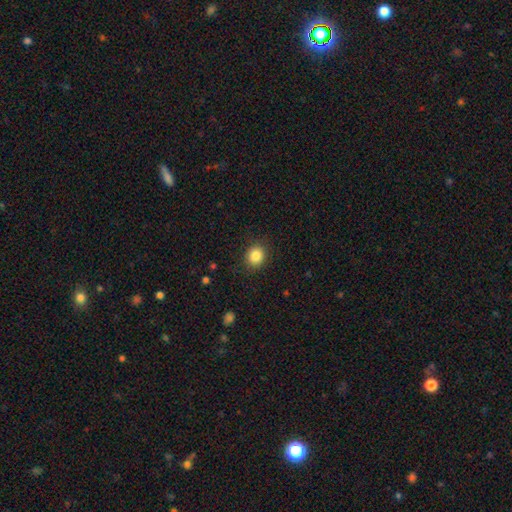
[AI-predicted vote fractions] The model was most divided on "how rounded": round: 74%, in between: 25%, cigar-shaped: 1%. More confident: merging — none (87%); smooth or featured — smooth (85%).